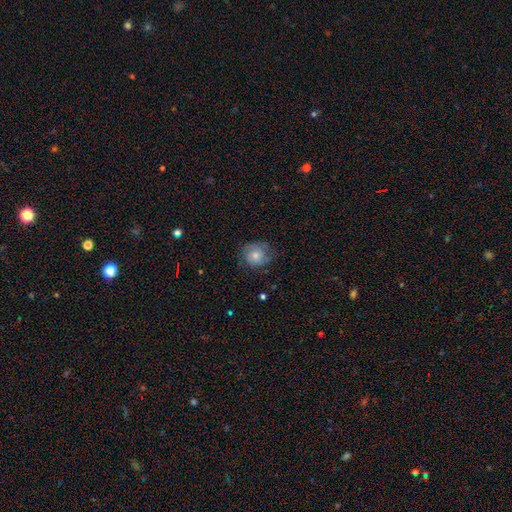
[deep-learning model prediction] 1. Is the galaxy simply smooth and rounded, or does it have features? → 58% smooth, 33% featured or disk, 9% star or artifact.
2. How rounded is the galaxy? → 77% round, 22% in between, 1% cigar-shaped.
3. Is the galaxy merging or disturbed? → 64% none, 24% minor disturbance, 11% major disturbance, 1% merger.